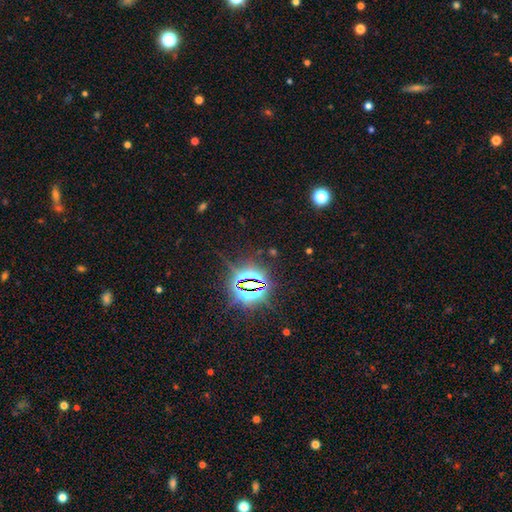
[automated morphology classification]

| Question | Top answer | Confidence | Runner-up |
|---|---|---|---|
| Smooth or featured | star or artifact | 84% | smooth (9%) |